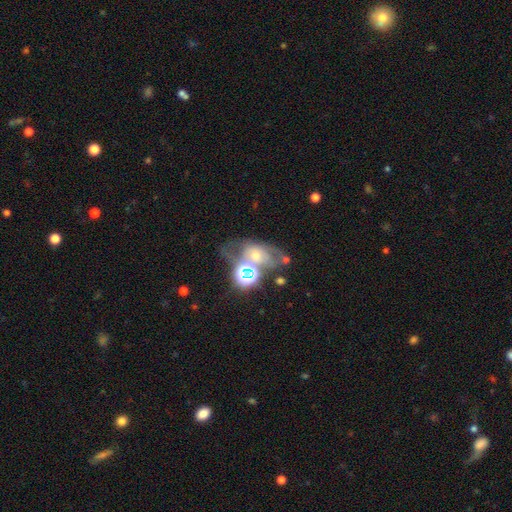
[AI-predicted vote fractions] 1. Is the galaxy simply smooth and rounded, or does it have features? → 46% featured or disk, 29% smooth, 26% star or artifact.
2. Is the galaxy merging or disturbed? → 35% none, 25% merger, 22% major disturbance, 17% minor disturbance.